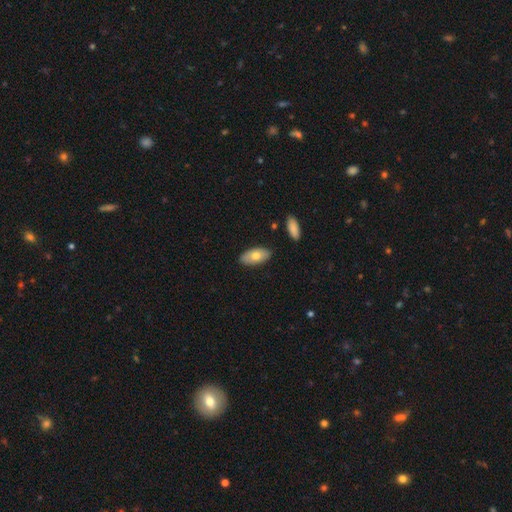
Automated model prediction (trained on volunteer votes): Smooth or featured: smooth — 73% (featured or disk — 21%)
How rounded: in between — 92% (cigar-shaped — 6%)
Merging: none — 85% (minor disturbance — 11%)